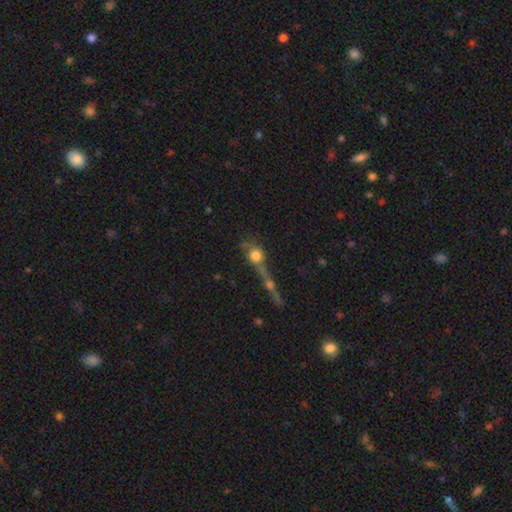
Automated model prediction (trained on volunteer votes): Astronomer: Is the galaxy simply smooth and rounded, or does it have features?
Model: smooth — 60%.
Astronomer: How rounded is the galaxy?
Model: round — 75%.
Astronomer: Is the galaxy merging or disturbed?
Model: merger — 53%.